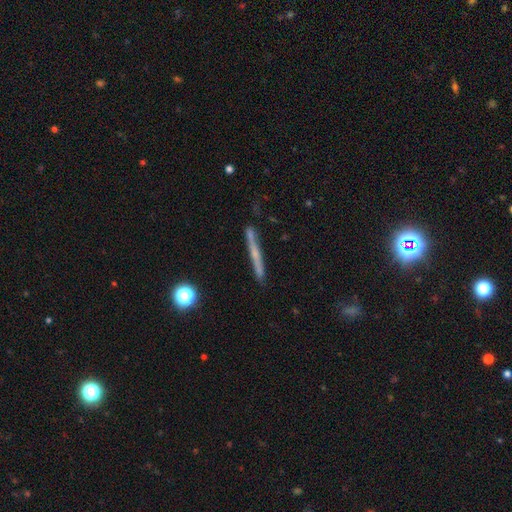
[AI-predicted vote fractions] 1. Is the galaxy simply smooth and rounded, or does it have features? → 56% featured or disk, 35% smooth, 9% star or artifact.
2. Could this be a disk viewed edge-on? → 95% yes, 5% no.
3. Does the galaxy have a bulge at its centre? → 56% none, 36% rounded, 8% boxy.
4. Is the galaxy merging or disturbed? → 84% none, 11% minor disturbance, 3% merger, 2% major disturbance.